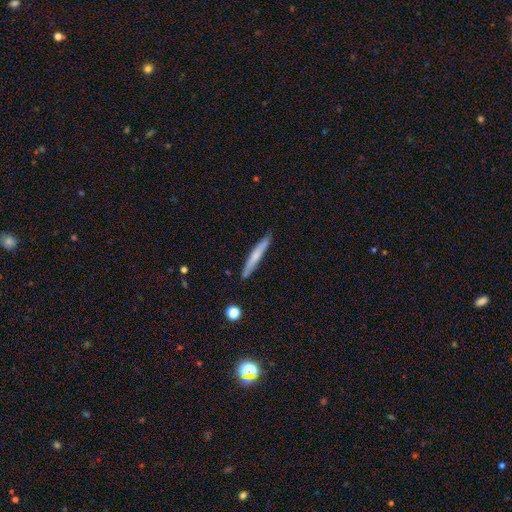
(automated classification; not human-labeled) smooth 63%, featured or disk 31%, star or artifact 6%. Down the decision tree: how rounded — cigar-shaped (96%); merging — none (88%).